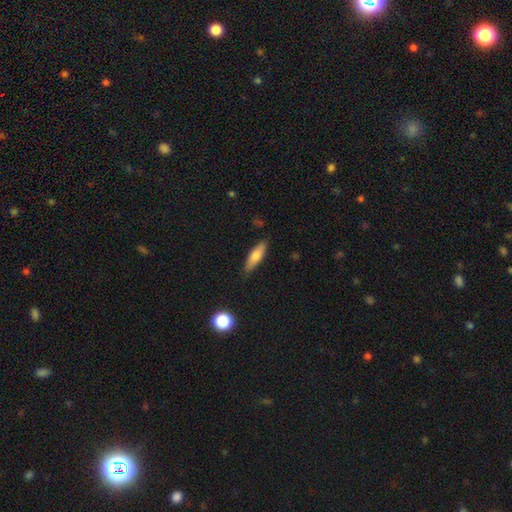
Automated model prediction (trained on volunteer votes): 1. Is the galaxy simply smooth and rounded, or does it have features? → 68% smooth, 25% featured or disk, 7% star or artifact.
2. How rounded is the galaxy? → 60% cigar-shaped, 38% in between, 2% round.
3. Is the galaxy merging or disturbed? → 85% none, 11% minor disturbance, 2% major disturbance, 1% merger.